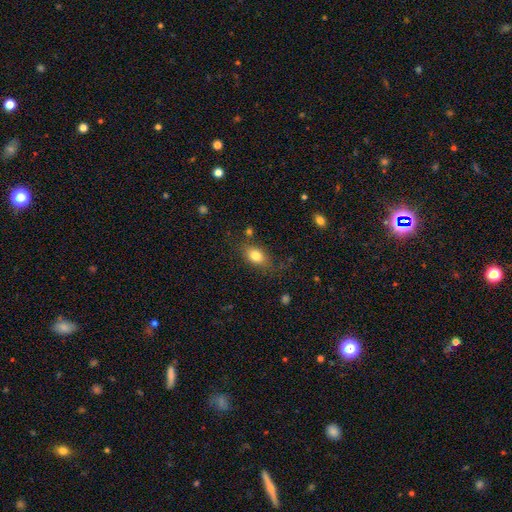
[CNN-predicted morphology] type=smooth (80%); roundness=in between (80%); merging=none (75%).